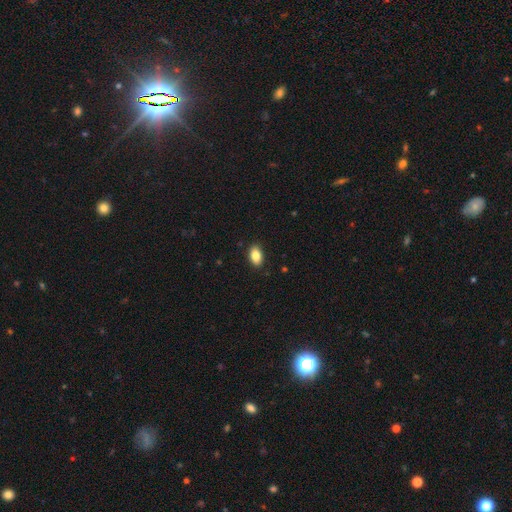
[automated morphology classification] A smooth galaxy with no disk features (85%) that is in between round and cigar-shaped (90%). Merging: none (89%).